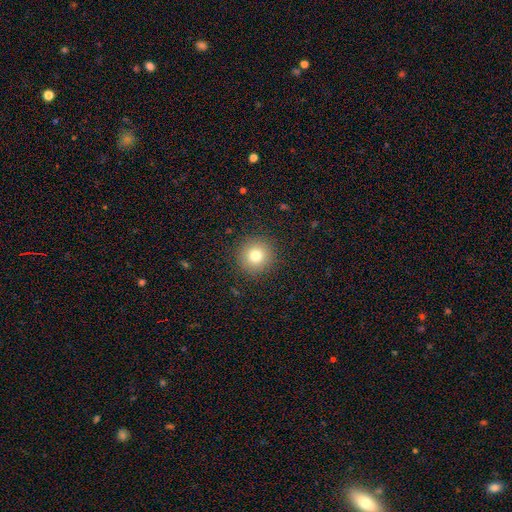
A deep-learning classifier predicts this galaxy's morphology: smooth-or-featured: smooth: 78% | star or artifact: 13% | featured or disk: 9%
  how-rounded: round: 94% | in between: 5% | cigar-shaped: 1%
  merging: none: 91% | minor disturbance: 6% | major disturbance: 2% | merger: 1%